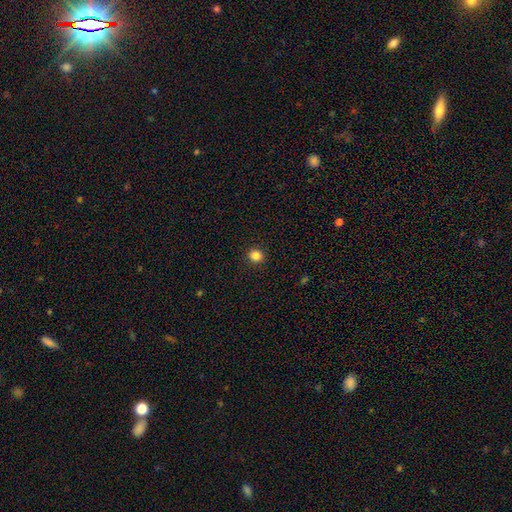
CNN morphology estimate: The model was most divided on "how rounded": round: 81%, in between: 18%, cigar-shaped: 1%. More confident: merging — none (92%); smooth or featured — smooth (84%).